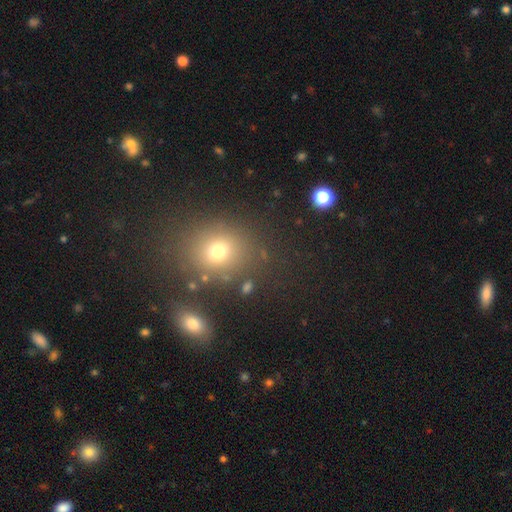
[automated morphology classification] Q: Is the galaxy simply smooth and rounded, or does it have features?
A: smooth — 63%.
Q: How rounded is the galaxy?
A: round — 62%.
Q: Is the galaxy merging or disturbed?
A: none — 77%.